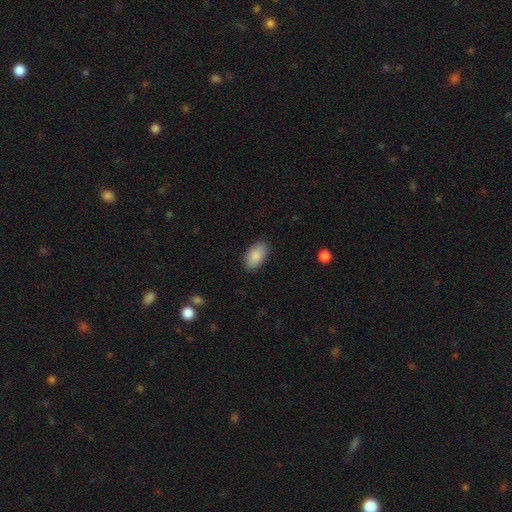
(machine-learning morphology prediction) smooth-or-featured: smooth: 89% | star or artifact: 6% | featured or disk: 5%
  how-rounded: in between: 94% | round: 4% | cigar-shaped: 2%
  merging: none: 87% | minor disturbance: 10% | major disturbance: 2% | merger: 1%